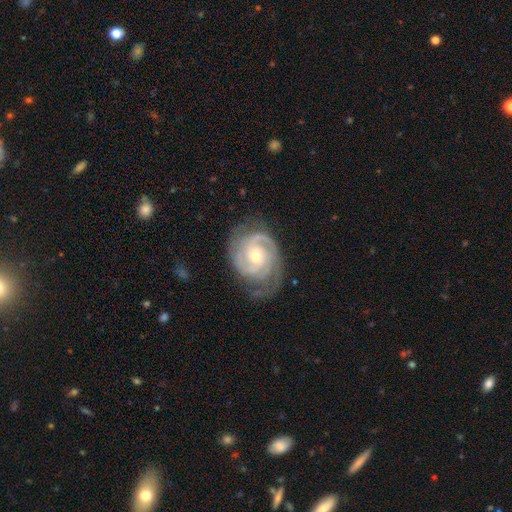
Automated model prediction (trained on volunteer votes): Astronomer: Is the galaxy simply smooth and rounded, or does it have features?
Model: featured or disk — 91%.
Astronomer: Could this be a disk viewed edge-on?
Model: no — 98%.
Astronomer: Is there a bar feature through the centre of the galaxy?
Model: no — 60%.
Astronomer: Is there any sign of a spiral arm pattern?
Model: yes — 98%.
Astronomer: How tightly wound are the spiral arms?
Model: tight — 65%.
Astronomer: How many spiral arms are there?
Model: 2 — 49% (runner-up: 3, 26%).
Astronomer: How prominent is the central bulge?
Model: small — 49% (runner-up: moderate, 47%).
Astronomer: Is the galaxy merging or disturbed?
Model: none — 69%.